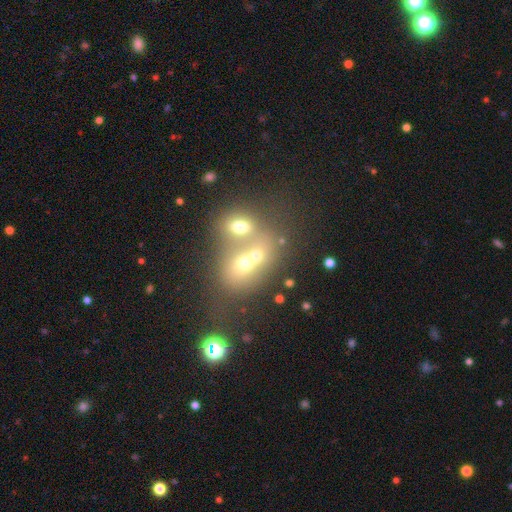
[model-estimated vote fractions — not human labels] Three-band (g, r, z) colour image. It shows a smooth galaxy with no disk features (60%) that is round (53%). Merging: merger (68%).